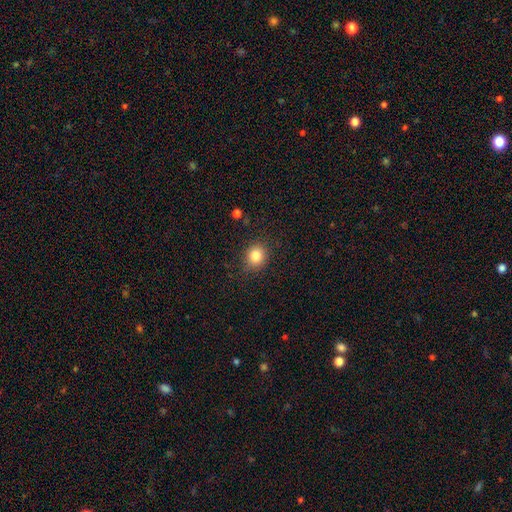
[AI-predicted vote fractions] Smooth or featured: smooth — 83% (star or artifact — 11%)
How rounded: round — 74% (in between — 25%)
Merging: none — 85% (minor disturbance — 11%)